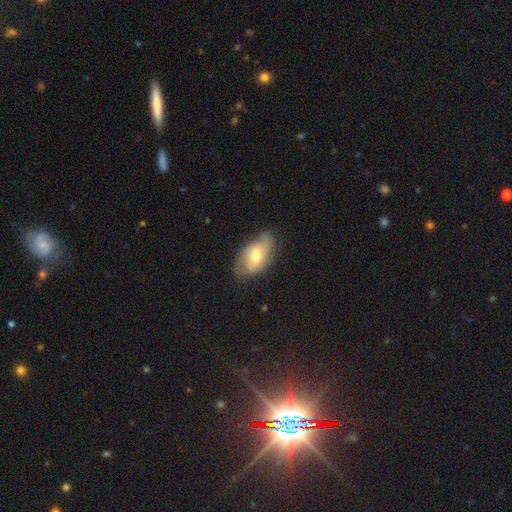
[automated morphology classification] Overall: featured or disk (53%; smooth 41%). Edge-on disk: no (92%). Merging: none (64%; minor disturbance 27%).